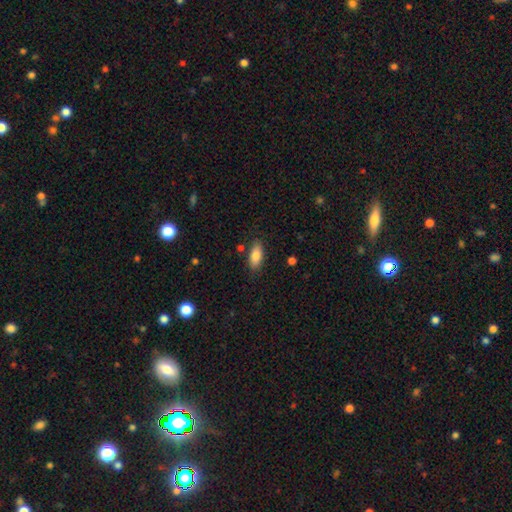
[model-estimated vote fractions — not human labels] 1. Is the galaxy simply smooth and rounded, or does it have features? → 84% smooth, 9% featured or disk, 7% star or artifact.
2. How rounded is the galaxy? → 84% in between, 14% cigar-shaped, 2% round.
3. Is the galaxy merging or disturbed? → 82% none, 12% minor disturbance, 3% merger, 3% major disturbance.